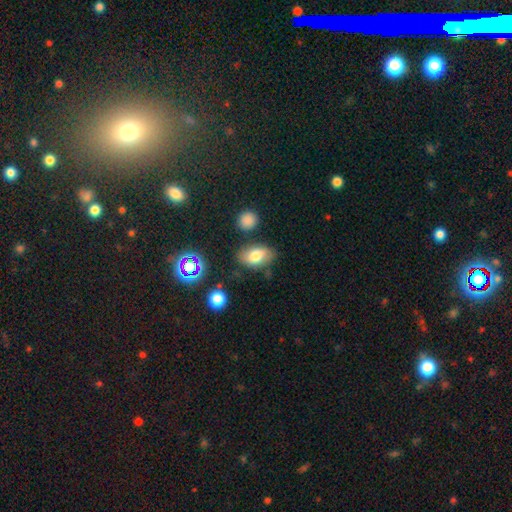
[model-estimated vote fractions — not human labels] smooth 74%, featured or disk 16%, star or artifact 10%. Down the decision tree: how rounded — in between (88%); merging — none (74%).